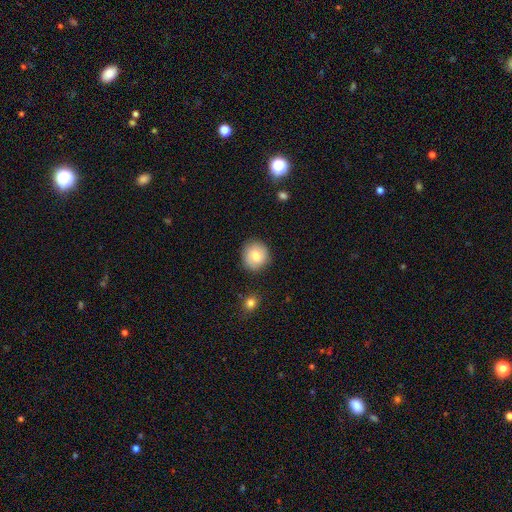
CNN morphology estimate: smooth_or_featured: smooth (p=0.72) [alt: featured or disk p=0.19]
how_rounded: round (p=0.90) [alt: in between p=0.09]
merging: none (p=0.85) [alt: minor disturbance p=0.11]